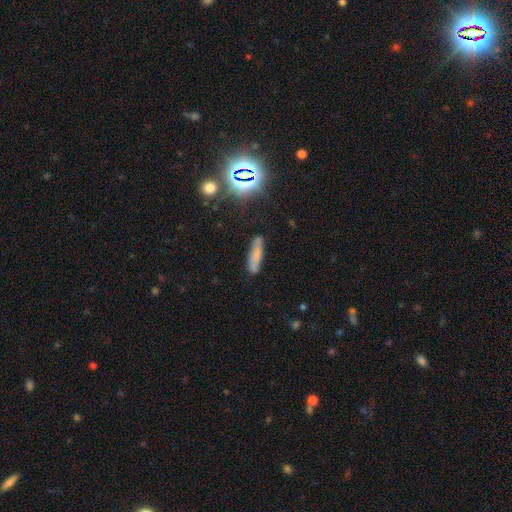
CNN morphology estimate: Overall: smooth (65%). How rounded: cigar-shaped (75%). Merging: none (72%).